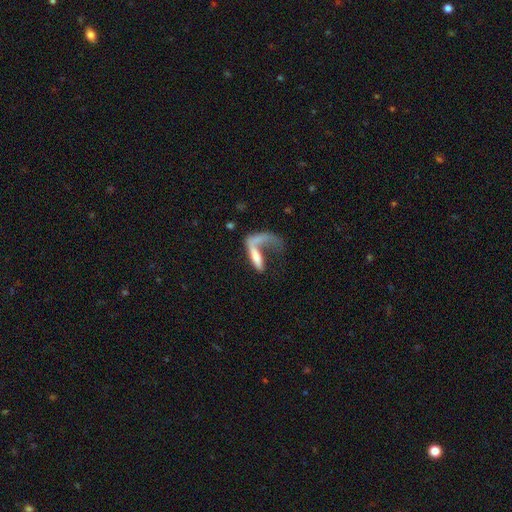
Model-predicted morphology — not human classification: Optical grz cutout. It shows a smooth galaxy with no disk features (53%) that is cigar-shaped (61%). Merging: major disturbance (44%).